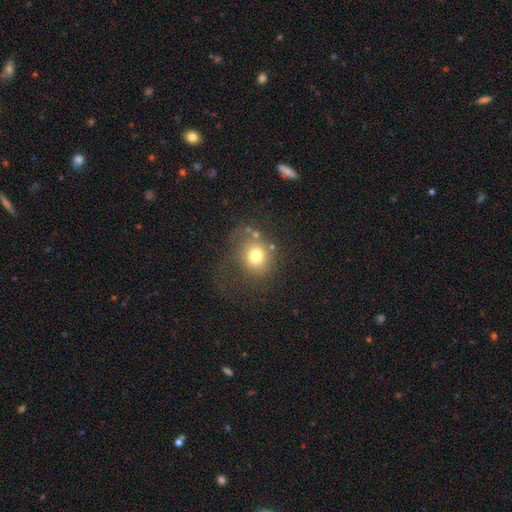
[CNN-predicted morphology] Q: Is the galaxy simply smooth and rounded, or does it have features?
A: smooth — 73%.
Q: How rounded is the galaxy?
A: round — 77%.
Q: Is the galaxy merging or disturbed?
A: none — 62%.